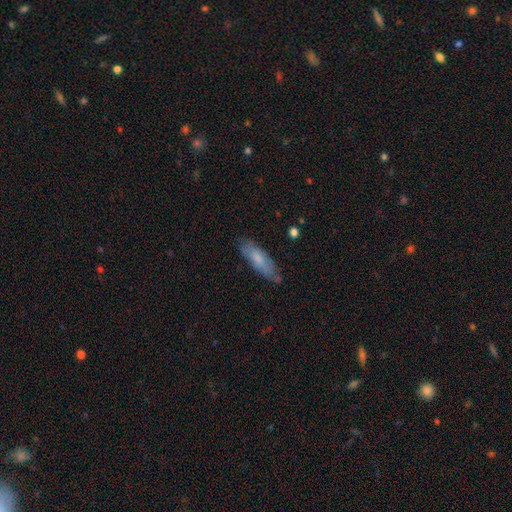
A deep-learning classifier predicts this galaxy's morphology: Smooth or featured: smooth — 62% (featured or disk — 31%)
How rounded: cigar-shaped — 59% (in between — 39%)
Merging: none — 77% (minor disturbance — 18%)